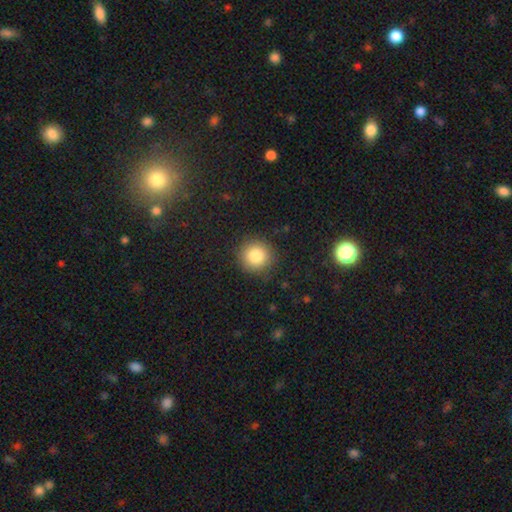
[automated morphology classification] smooth_or_featured: smooth (p=0.84) [alt: star or artifact p=0.10]
how_rounded: round (p=0.93) [alt: in between p=0.06]
merging: none (p=0.89) [alt: minor disturbance p=0.07]